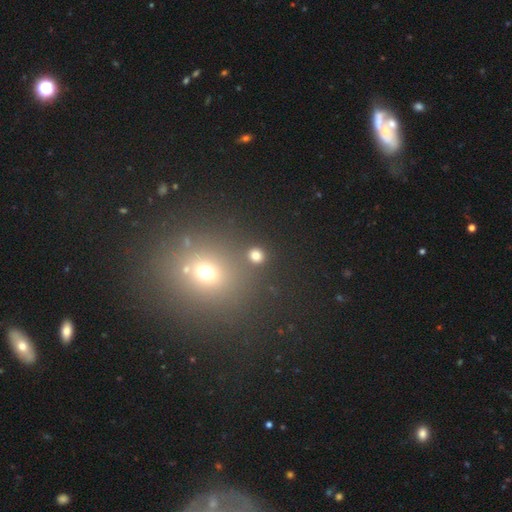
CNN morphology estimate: type=smooth (76%); roundness=round (80%); merging=none (82%).